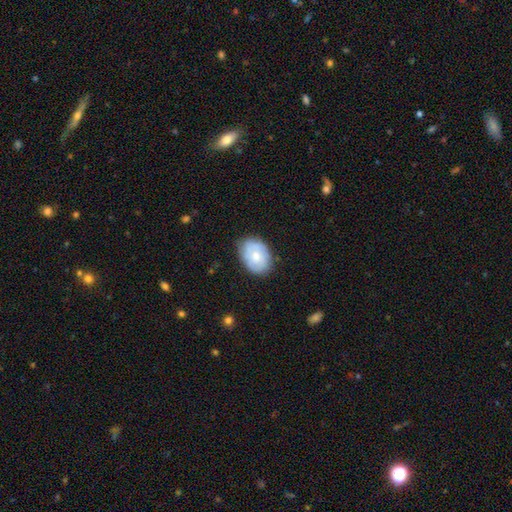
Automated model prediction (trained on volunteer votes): This is possibly a smooth galaxy (59%). How rounded: likely in between (76%). Merging: likely none (74%).